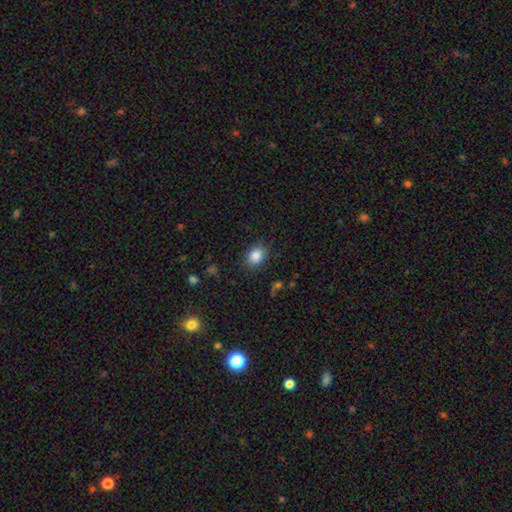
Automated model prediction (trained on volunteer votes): Morphology: type=smooth (86%); roundness=in between (62%); merging=none (83%).